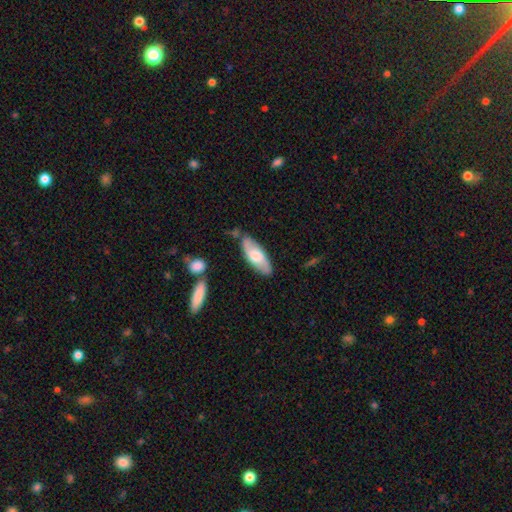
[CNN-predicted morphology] Smooth or featured: smooth — 59% (featured or disk — 36%)
How rounded: in between — 71% (cigar-shaped — 27%)
Merging: none — 76% (minor disturbance — 16%)